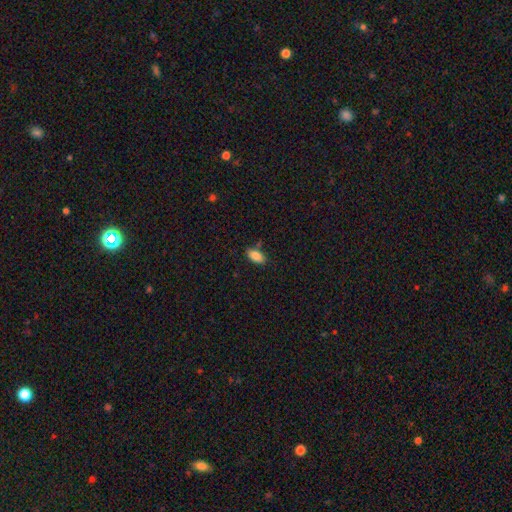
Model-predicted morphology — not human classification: Overall: smooth (87%). How rounded: in between (92%). Merging: none (78%).